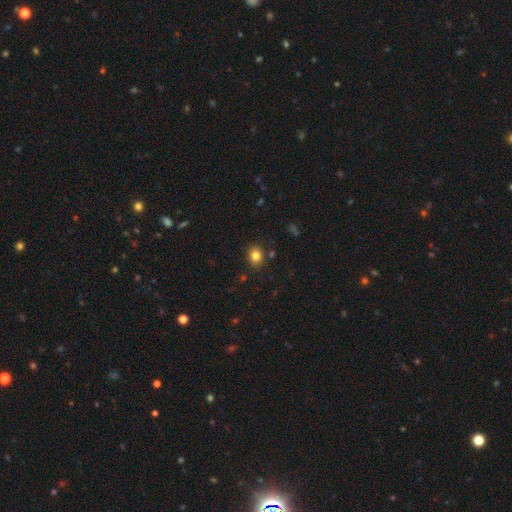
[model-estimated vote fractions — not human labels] This is clearly a smooth galaxy (82%). How rounded: likely round (62%). Merging: clearly none (85%).